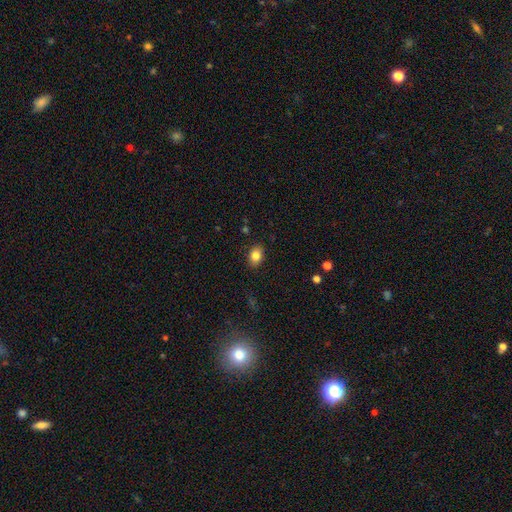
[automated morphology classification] Smooth or featured: smooth — 83% (star or artifact — 9%)
How rounded: in between — 76% (round — 23%)
Merging: none — 88% (minor disturbance — 9%)